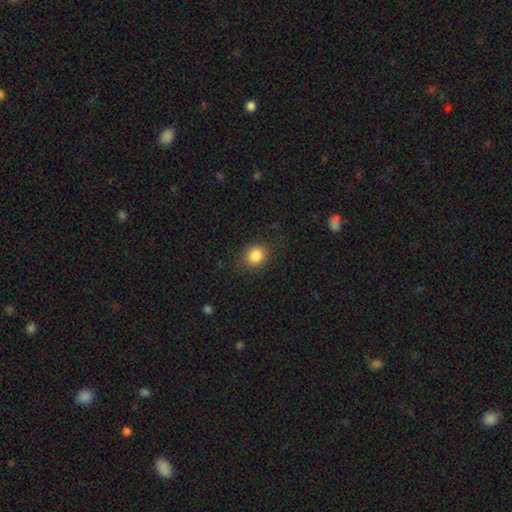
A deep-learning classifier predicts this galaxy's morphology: A smooth galaxy with no disk features (85%) that is round (63%). Merging: none (82%).